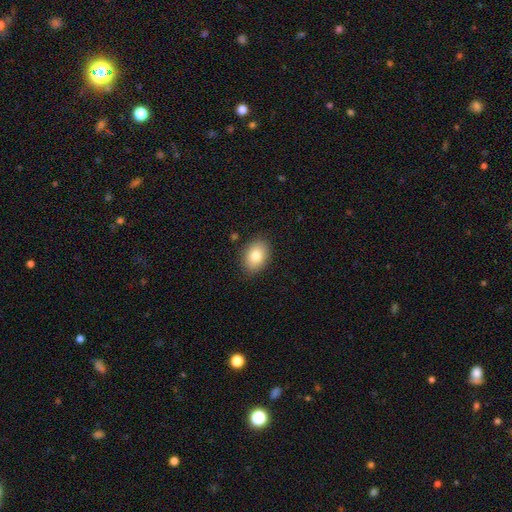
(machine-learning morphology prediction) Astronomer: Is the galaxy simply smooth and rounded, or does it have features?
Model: smooth — 81%.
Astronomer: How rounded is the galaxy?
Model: in between — 78%.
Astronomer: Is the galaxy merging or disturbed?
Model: none — 87%.